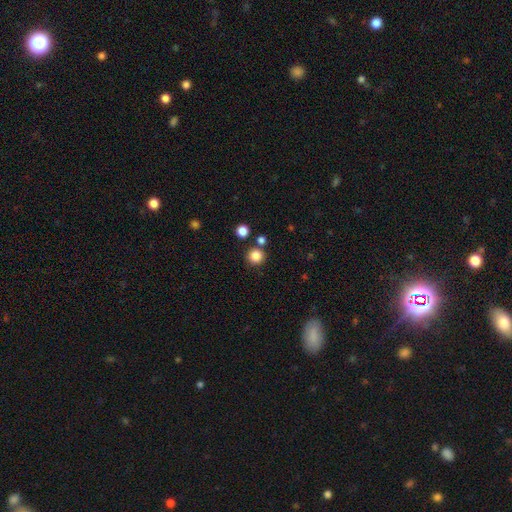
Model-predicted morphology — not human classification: A smooth galaxy with no disk features (84%) that is round (94%). Merging: none (80%).